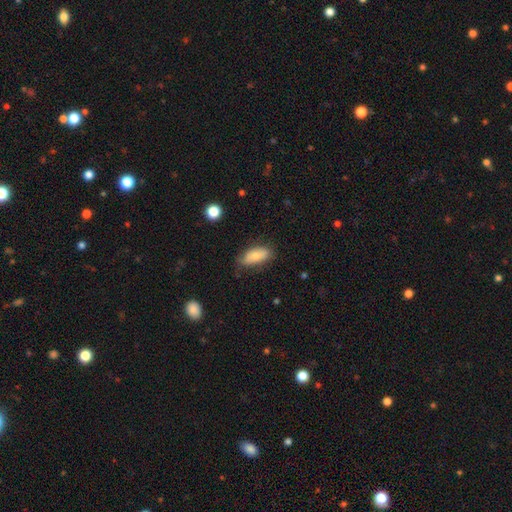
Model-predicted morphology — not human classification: A smooth galaxy with no disk features (78%) that is in between round and cigar-shaped (85%). Merging: none (71%).